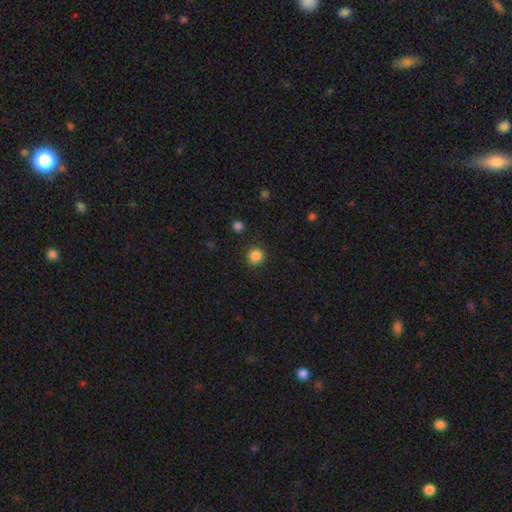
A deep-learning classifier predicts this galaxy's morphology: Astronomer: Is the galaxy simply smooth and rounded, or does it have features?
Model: smooth — 86%.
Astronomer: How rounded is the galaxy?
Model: round — 91%.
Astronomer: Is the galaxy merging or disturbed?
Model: none — 88%.